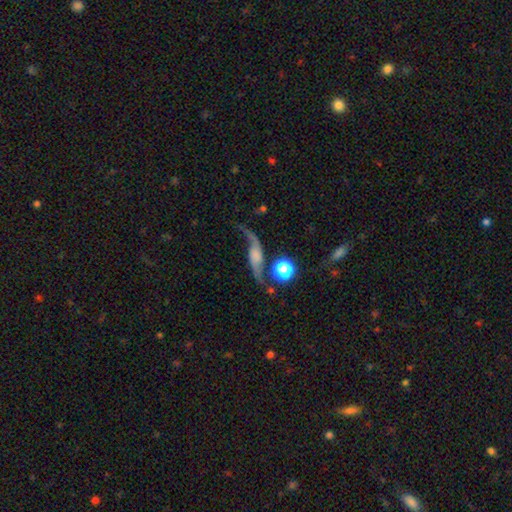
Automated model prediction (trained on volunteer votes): The model was most divided on "bulge size": none: 45%, small: 20%, moderate: 14%, large: 13%, dominant: 8%. More confident: spiral arms — yes (95%); spiral arm count — 2 (92%); spiral winding — loose (91%); edge-on disk — no (87%); smooth or featured — featured or disk (78%); bar — no (61%); merging — none (60%).